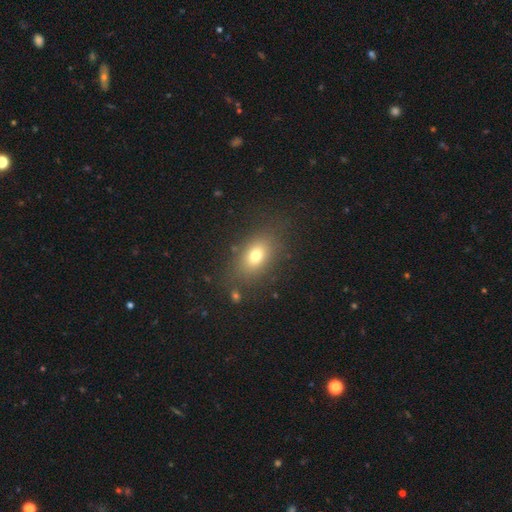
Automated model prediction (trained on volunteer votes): A smooth galaxy with no disk features (73%) that is in between round and cigar-shaped (79%). Merging: none (79%).